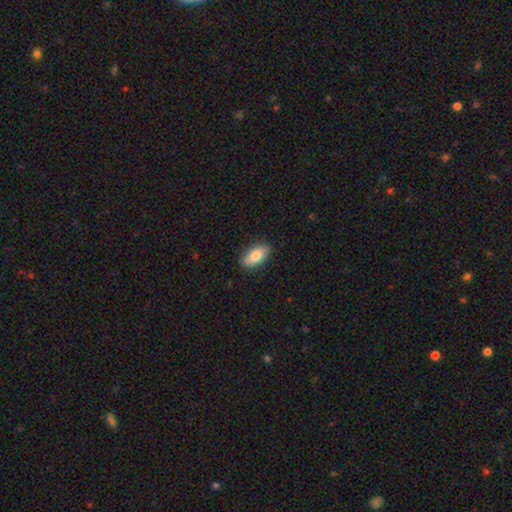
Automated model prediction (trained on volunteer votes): This is likely a smooth galaxy (75%). How rounded: clearly in between (88%). Merging: clearly none (86%).